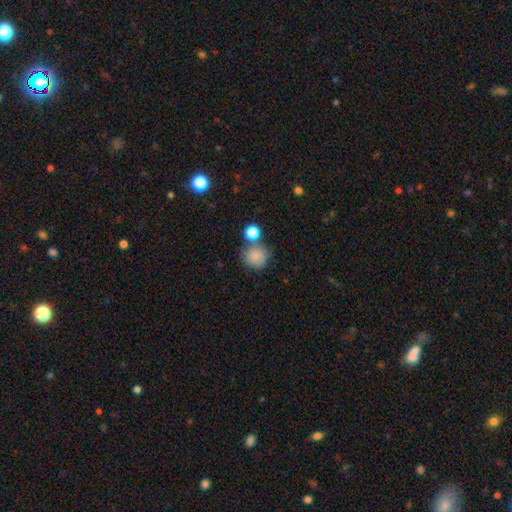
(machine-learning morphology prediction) Q: Smooth or featured?
A: smooth (84%); runner-up: star or artifact (10%)
Q: How rounded?
A: round (89%); runner-up: in between (10%)
Q: Merging?
A: none (65%); runner-up: merger (17%)